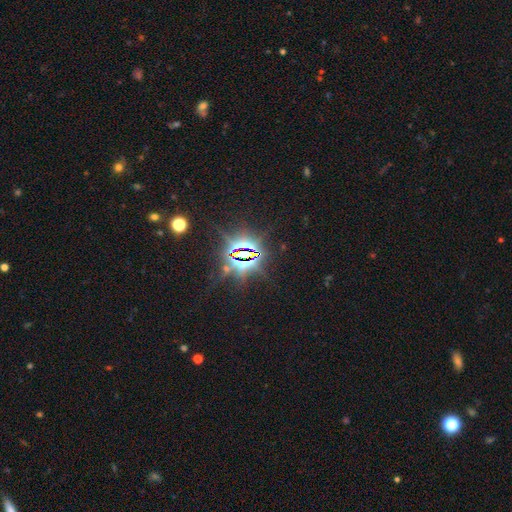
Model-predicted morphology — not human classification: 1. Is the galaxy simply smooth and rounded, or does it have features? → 85% star or artifact, 8% featured or disk, 7% smooth.